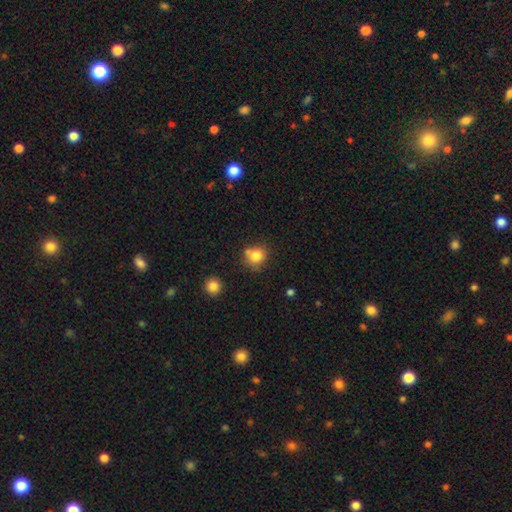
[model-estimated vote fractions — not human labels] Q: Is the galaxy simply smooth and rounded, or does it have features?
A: smooth — 80%.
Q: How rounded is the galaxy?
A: round — 82%.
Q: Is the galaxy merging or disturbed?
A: none — 64%.